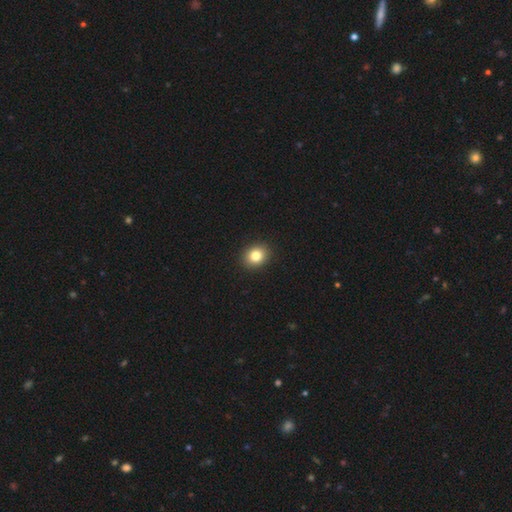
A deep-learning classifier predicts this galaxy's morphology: Smooth or featured? Predicted: smooth (p=0.82). How rounded? Predicted: round (p=0.59). Merging? Predicted: none (p=0.92).